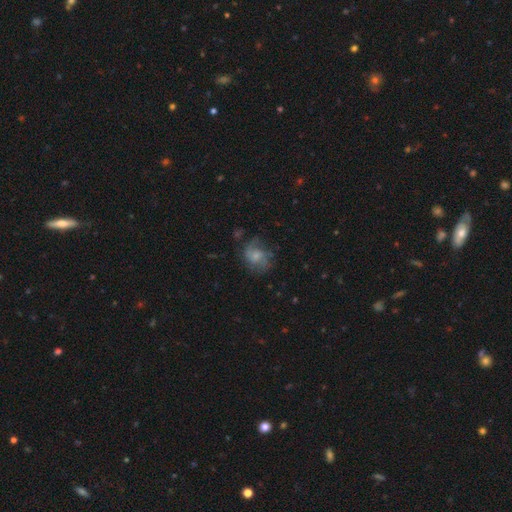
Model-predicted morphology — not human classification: Smooth or featured? featured or disk (51%)
Edge-on disk? no (97%)
Merging? none (54%)